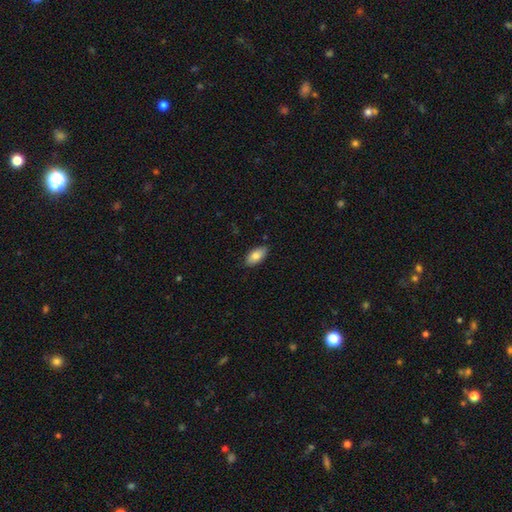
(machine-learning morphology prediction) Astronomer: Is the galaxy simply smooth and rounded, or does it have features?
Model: smooth — 81%.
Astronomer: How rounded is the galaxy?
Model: in between — 92%.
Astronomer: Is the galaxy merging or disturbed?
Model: none — 84%.